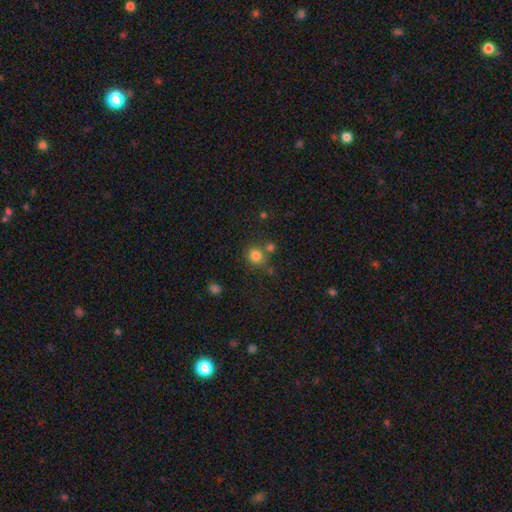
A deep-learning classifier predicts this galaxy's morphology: Smooth or featured? Predicted: smooth (p=0.81). How rounded? Predicted: round (p=0.84). Merging? Predicted: none (p=0.68).